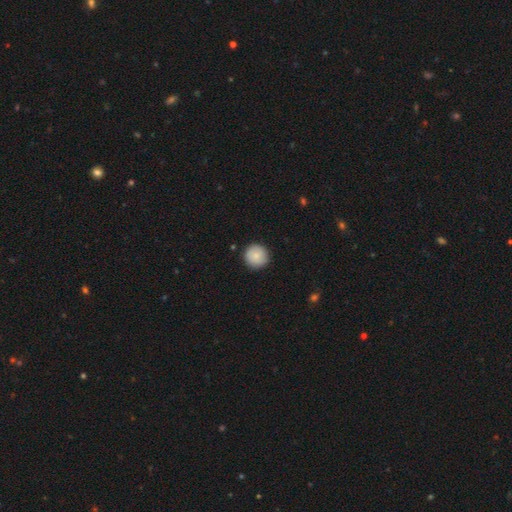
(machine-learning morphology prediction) Smooth or featured?
  - smooth: 84% *
  - featured or disk: 9%
  - star or artifact: 7%
How rounded?
  - round: 95% *
  - in between: 4%
  - cigar-shaped: 1%
Merging?
  - none: 90% *
  - minor disturbance: 7%
  - major disturbance: 2%
  - merger: 1%